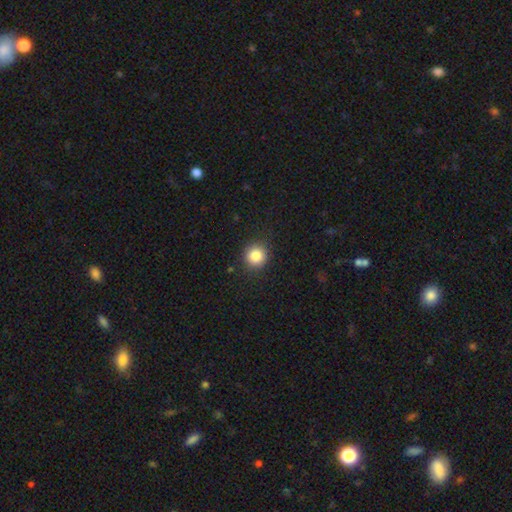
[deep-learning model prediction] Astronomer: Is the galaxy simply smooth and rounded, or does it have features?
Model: smooth — 84%.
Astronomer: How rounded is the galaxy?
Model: round — 93%.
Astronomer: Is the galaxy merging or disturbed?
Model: none — 90%.